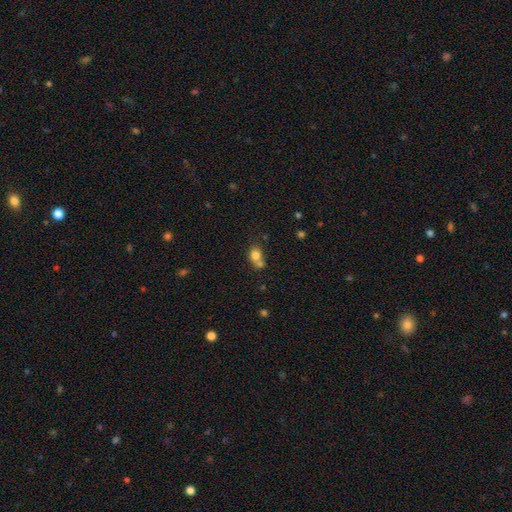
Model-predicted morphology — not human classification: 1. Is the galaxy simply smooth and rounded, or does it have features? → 79% smooth, 12% star or artifact, 10% featured or disk.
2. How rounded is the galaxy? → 64% round, 35% in between, 1% cigar-shaped.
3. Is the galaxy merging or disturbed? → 45% merger, 41% none, 9% minor disturbance, 4% major disturbance.